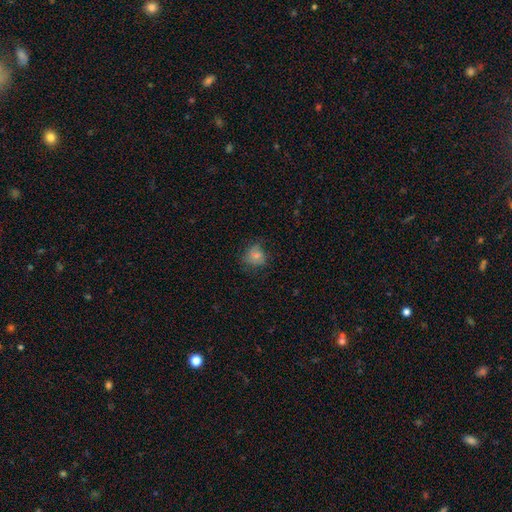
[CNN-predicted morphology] smooth-or-featured: smooth: 73% | featured or disk: 16% | star or artifact: 11%
  how-rounded: round: 67% | in between: 32% | cigar-shaped: 1%
  merging: none: 63% | minor disturbance: 25% | major disturbance: 11% | merger: 1%